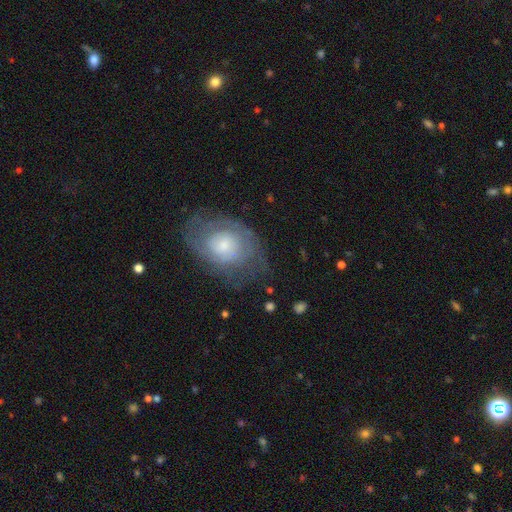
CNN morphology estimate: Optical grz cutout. It shows a featured or disk galaxy (54%) with no bar (75%), spiral arms (80%) and a moderate central bulge (53%). Merging: none (78%).